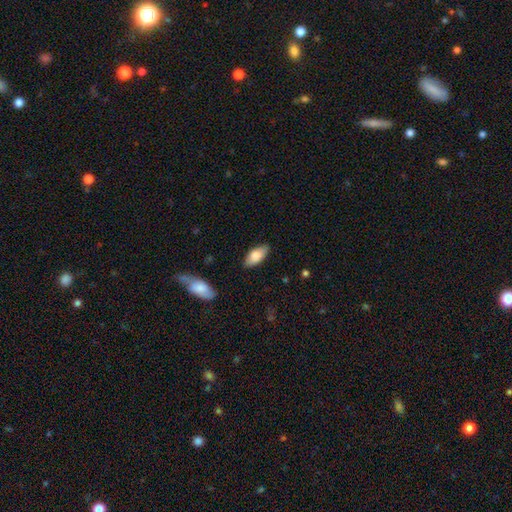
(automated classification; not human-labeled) Smooth or featured?
  - smooth: 76% *
  - featured or disk: 18%
  - star or artifact: 6%
How rounded?
  - in between: 87% *
  - cigar-shaped: 10%
  - round: 2%
Merging?
  - none: 85% *
  - minor disturbance: 11%
  - major disturbance: 2%
  - merger: 1%